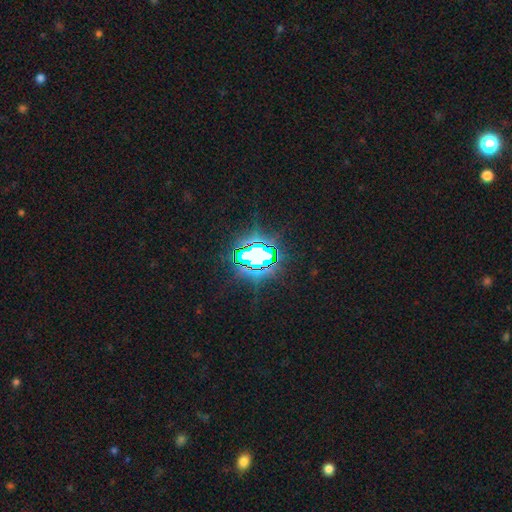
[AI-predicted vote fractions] The model was most divided on "smooth or featured": star or artifact: 78%, smooth: 11%, featured or disk: 11%.